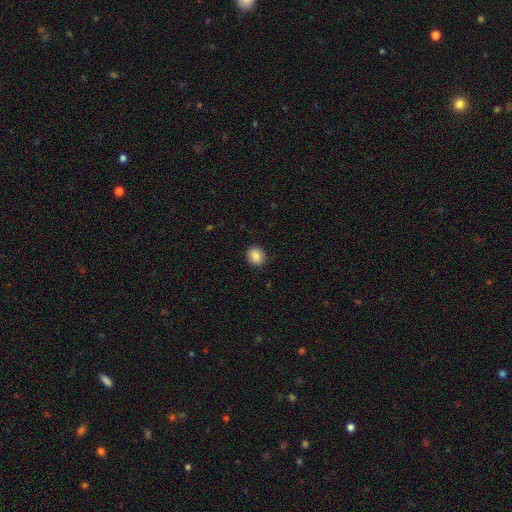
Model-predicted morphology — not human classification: smooth-or-featured: smooth: 87% | star or artifact: 9% | featured or disk: 4%
  how-rounded: round: 70% | in between: 29% | cigar-shaped: 1%
  merging: none: 89% | minor disturbance: 8% | major disturbance: 2% | merger: 1%